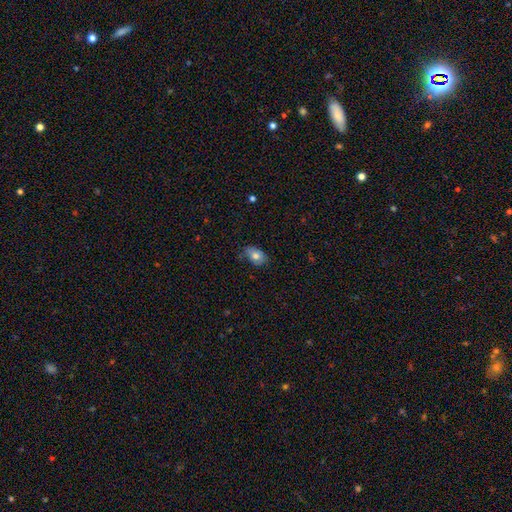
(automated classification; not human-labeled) Smooth or featured: smooth — 75% (featured or disk — 17%)
How rounded: in between — 84% (round — 14%)
Merging: none — 67% (minor disturbance — 26%)